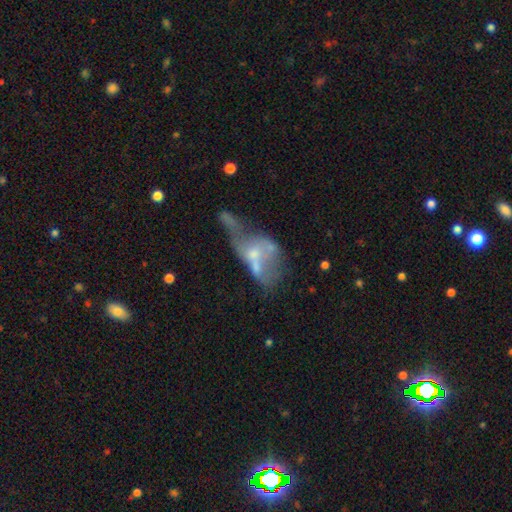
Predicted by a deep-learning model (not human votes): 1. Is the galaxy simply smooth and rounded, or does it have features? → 56% featured or disk, 32% smooth, 11% star or artifact.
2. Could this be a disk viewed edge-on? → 93% no, 7% yes.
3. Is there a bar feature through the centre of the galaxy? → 84% no, 12% weak, 3% strong.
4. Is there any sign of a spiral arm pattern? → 87% no, 13% yes.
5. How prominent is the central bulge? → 33% moderate, 31% small, 29% none, 5% large, 2% dominant.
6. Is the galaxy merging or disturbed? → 46% merger, 32% major disturbance, 12% none, 10% minor disturbance.